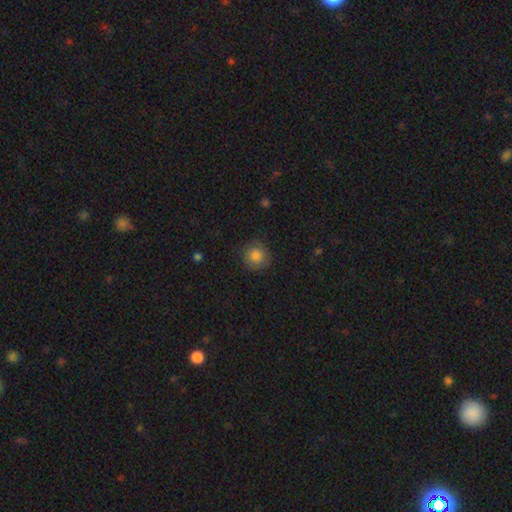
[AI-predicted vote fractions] smooth 84%, star or artifact 10%, featured or disk 7%. Down the decision tree: how rounded — round (92%); merging — none (83%).